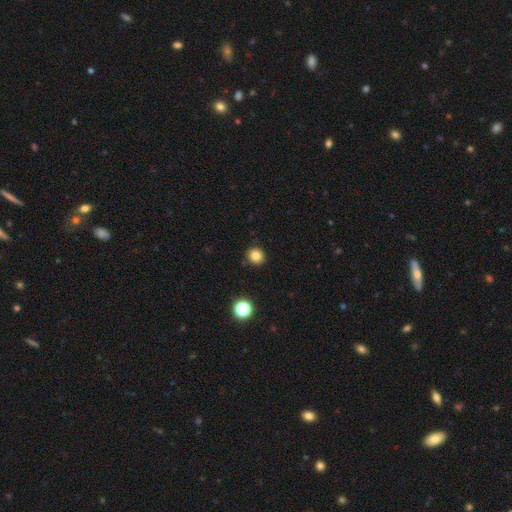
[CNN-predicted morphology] smooth-or-featured: smooth: 81% | star or artifact: 13% | featured or disk: 6%
  how-rounded: round: 94% | in between: 5% | cigar-shaped: 1%
  merging: none: 90% | minor disturbance: 6% | major disturbance: 2% | merger: 2%